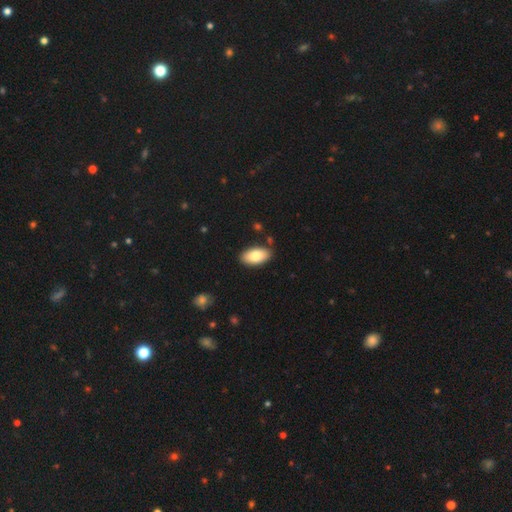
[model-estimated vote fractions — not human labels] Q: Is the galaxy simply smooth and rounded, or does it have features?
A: smooth — 80%.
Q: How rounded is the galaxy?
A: in between — 94%.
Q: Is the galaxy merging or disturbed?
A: none — 87%.